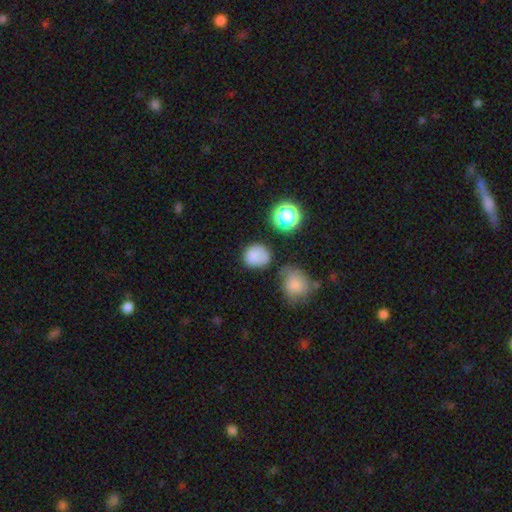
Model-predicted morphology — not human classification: smooth 78%, star or artifact 14%, featured or disk 8%. Down the decision tree: how rounded — round (75%); merging — none (60%).